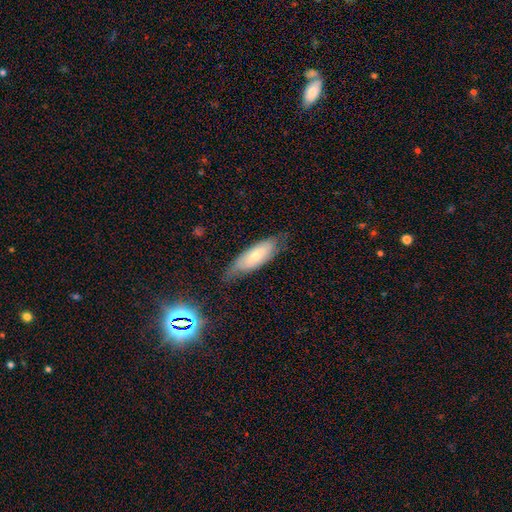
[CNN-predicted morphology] Smooth or featured? smooth (56%)
How rounded? in between (64%)
Merging? none (64%)